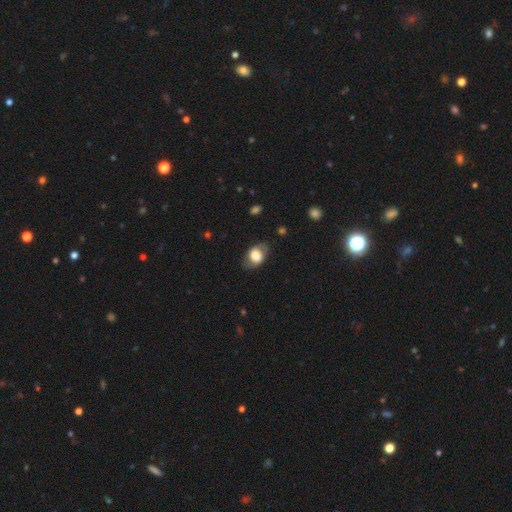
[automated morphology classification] A smooth galaxy with no disk features (64%) that is in between round and cigar-shaped (81%).

Vote fractions:
- Smooth or featured? smooth: 64% / featured or disk: 28% / star or artifact: 8%
- How rounded? in between: 81% / round: 17% / cigar-shaped: 2%
- Merging? none: 74% / minor disturbance: 18% / major disturbance: 7% / merger: 1%